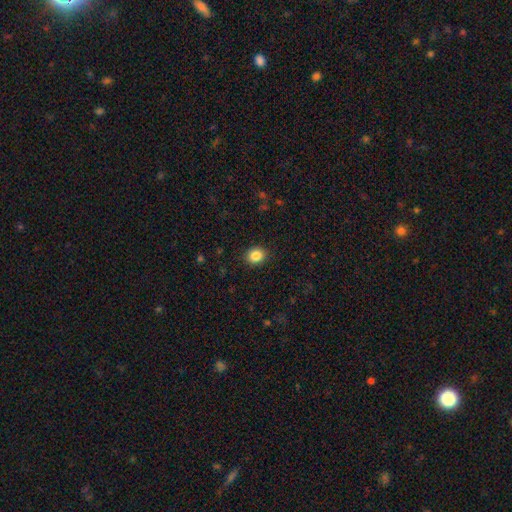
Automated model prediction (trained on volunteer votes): Smooth or featured? smooth (86%)
How rounded? round (64%)
Merging? none (90%)